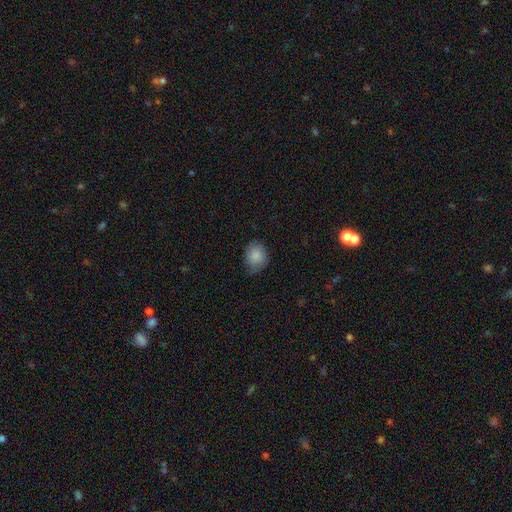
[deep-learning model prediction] This appears to be a smooth galaxy with no disk features (85%) that is round (59%). Merging: none (65%).